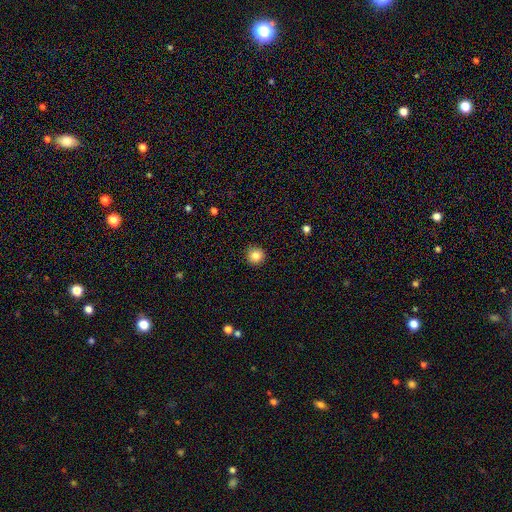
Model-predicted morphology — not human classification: The model was most divided on "smooth or featured": smooth: 84%, star or artifact: 10%, featured or disk: 6%. More confident: how rounded — round (95%); merging — none (91%).